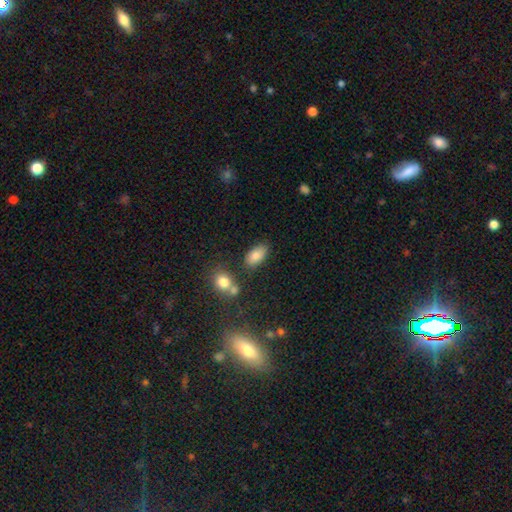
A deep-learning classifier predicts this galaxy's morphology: Smooth or featured? Predicted: smooth (p=0.81). How rounded? Predicted: in between (p=0.91). Merging? Predicted: none (p=0.76).